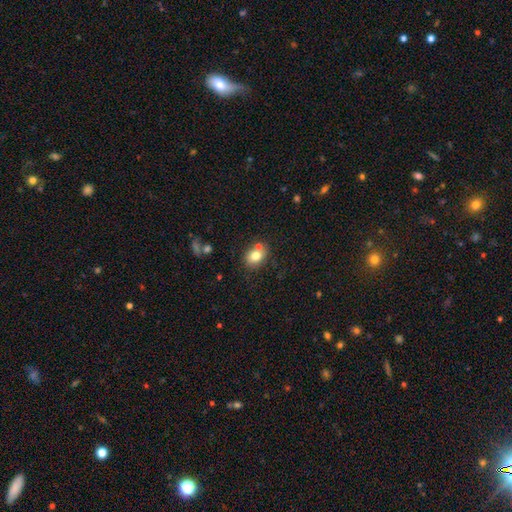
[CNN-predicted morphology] A smooth galaxy with no disk features (76%) that is in between round and cigar-shaped (52%).

Vote fractions:
- Smooth or featured? smooth: 76% / featured or disk: 14% / star or artifact: 11%
- How rounded? in between: 52% / round: 47% / cigar-shaped: 1%
- Merging? none: 63% / merger: 20% / minor disturbance: 13% / major disturbance: 4%